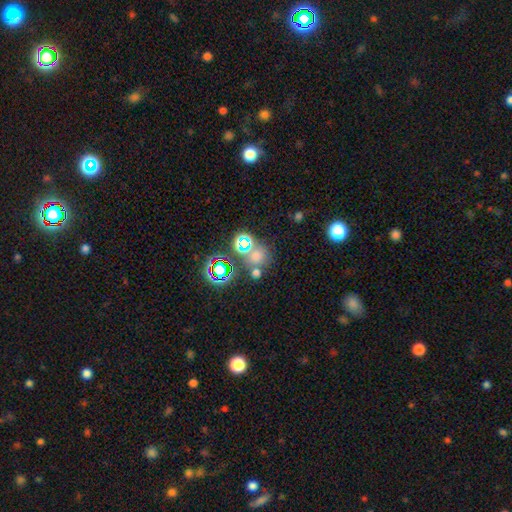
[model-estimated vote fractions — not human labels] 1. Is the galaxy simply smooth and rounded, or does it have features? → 45% smooth, 43% star or artifact, 12% featured or disk.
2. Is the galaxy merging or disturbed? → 54% none, 30% merger, 10% minor disturbance, 6% major disturbance.